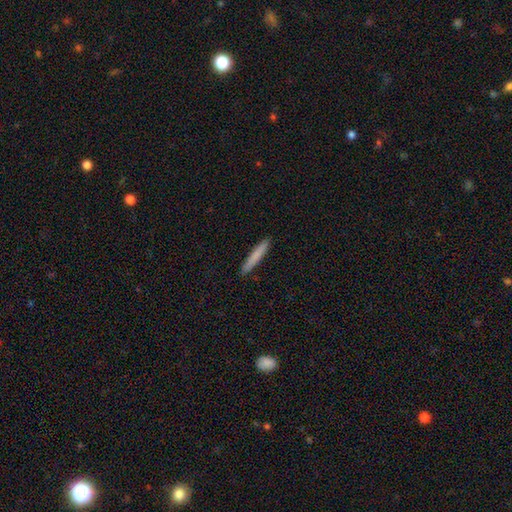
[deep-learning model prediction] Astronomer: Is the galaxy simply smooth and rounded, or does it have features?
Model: smooth — 80%.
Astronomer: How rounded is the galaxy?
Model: cigar-shaped — 95%.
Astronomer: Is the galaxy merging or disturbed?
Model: none — 92%.